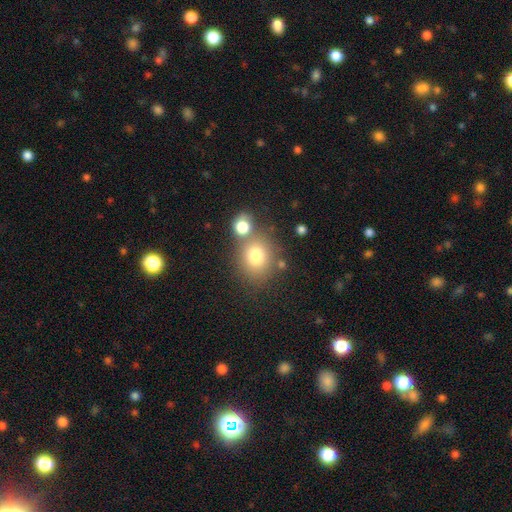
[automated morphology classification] This appears to be a smooth galaxy with no disk features (76%) that is round (72%). Merging: none (58%).